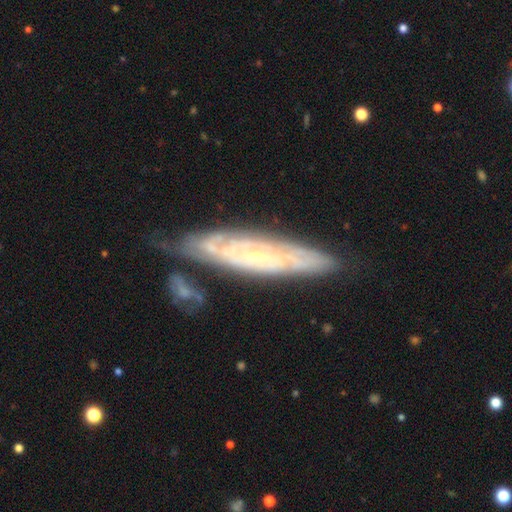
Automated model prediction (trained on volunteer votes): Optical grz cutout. It shows a featured or disk galaxy (77%) with no bar (71%), spiral arms (87%) and a small central bulge (80%). Merging: none (61%).